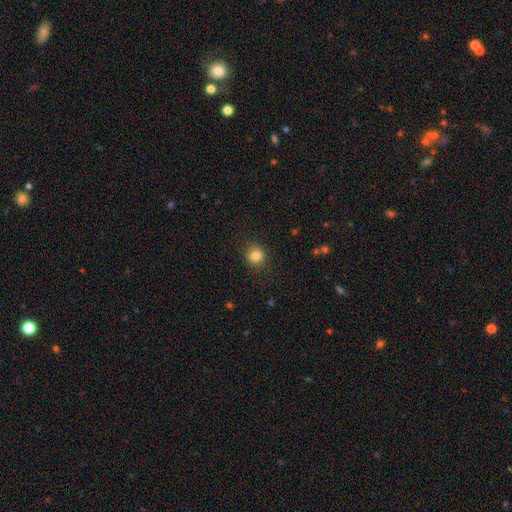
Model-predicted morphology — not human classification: A smooth galaxy with no disk features (83%) that is round (86%).

Vote fractions:
- Smooth or featured? smooth: 83% / star or artifact: 11% / featured or disk: 5%
- How rounded? round: 86% / in between: 13% / cigar-shaped: 1%
- Merging? none: 87% / minor disturbance: 9% / major disturbance: 3% / merger: 1%